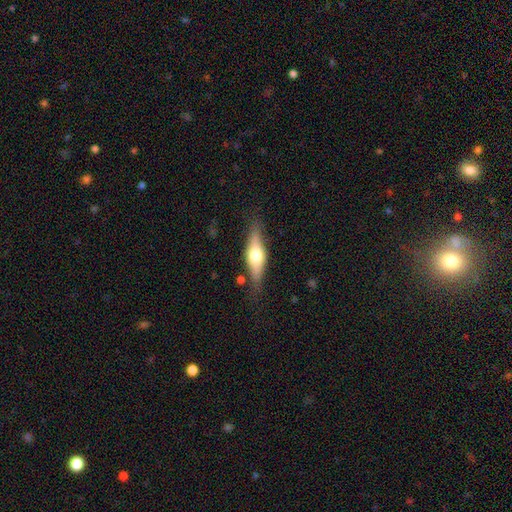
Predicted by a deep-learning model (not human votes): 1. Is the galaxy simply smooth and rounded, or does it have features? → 51% featured or disk, 43% smooth, 6% star or artifact.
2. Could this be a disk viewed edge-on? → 88% yes, 12% no.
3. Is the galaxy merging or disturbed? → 77% none, 16% minor disturbance, 5% major disturbance, 2% merger.